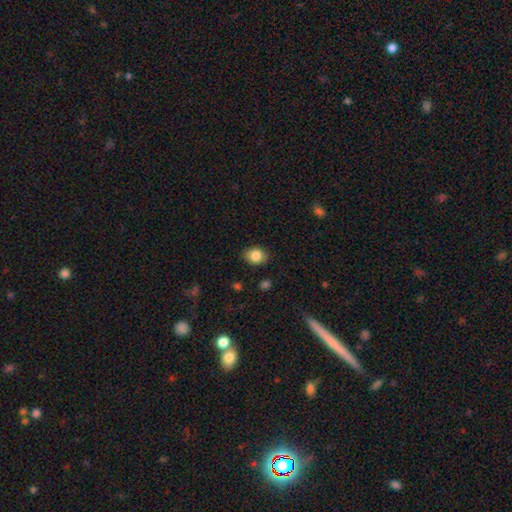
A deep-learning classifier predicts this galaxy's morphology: Overall: smooth (85%). How rounded: in between (59%; round 40%). Merging: none (86%).